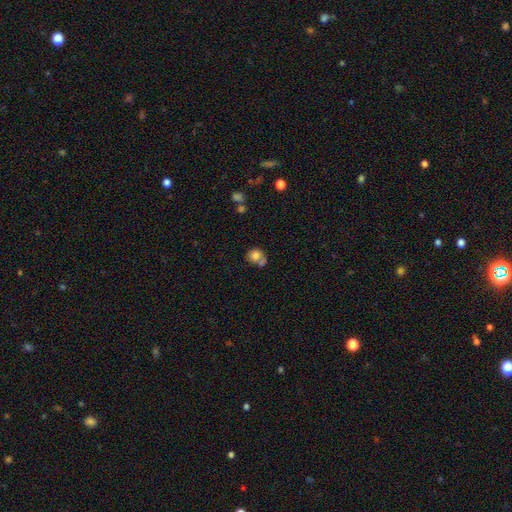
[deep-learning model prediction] Overall: smooth (78%). How rounded: round (77%). Merging: none (43%; merger 36%).